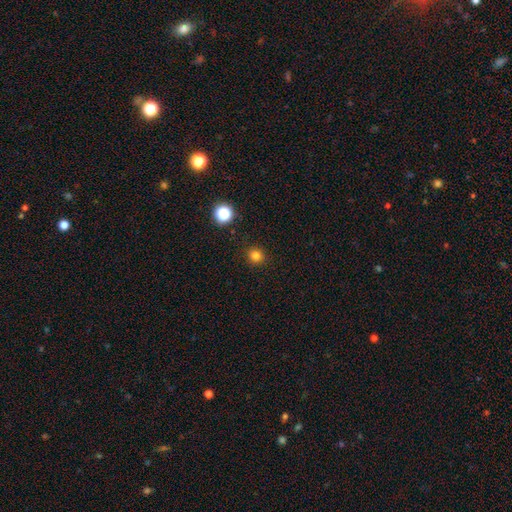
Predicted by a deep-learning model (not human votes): smooth_or_featured: smooth (p=0.80) [alt: star or artifact p=0.15]
how_rounded: round (p=0.91) [alt: in between p=0.08]
merging: none (p=0.91) [alt: minor disturbance p=0.05]